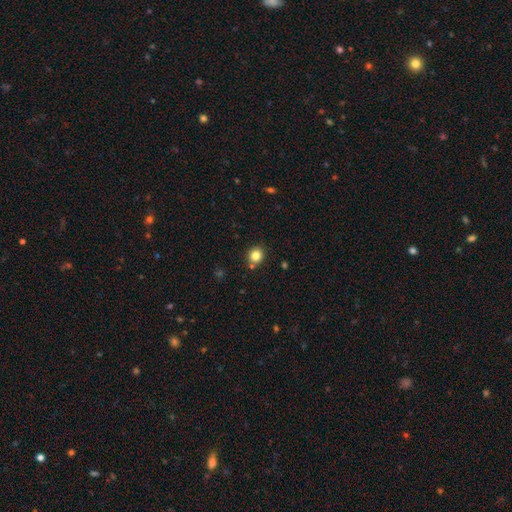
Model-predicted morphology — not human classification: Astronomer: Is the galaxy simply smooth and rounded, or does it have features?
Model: smooth — 82%.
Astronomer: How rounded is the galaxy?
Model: round — 86%.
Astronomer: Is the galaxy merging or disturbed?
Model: none — 83%.